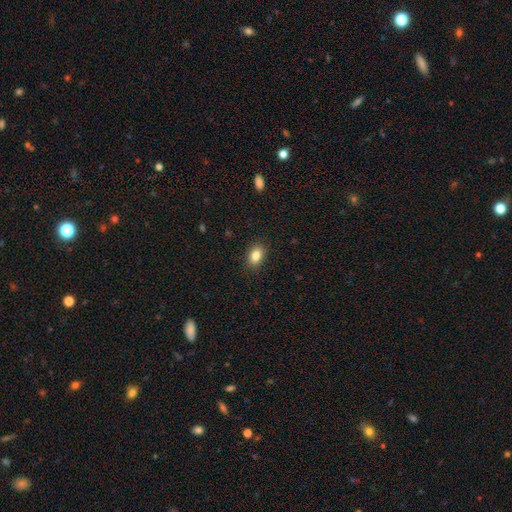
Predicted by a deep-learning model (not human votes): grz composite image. It shows a smooth galaxy with no disk features (84%) that is in between round and cigar-shaped (81%). Merging: none (88%).